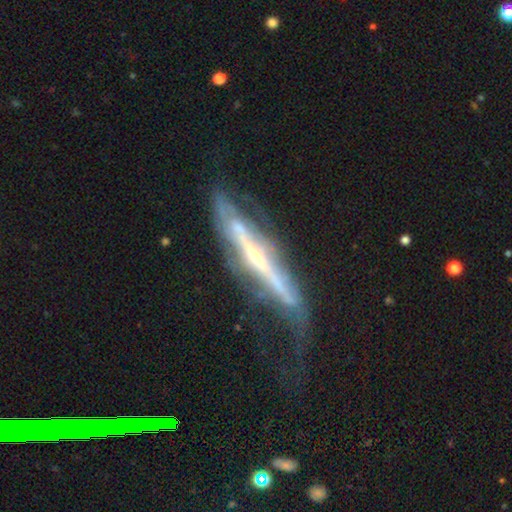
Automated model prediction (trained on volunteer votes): featured or disk 83%, smooth 11%, star or artifact 6%. Down the decision tree: edge-on disk — yes (74%); edge-on bulge — rounded (70%); merging — none (40%).